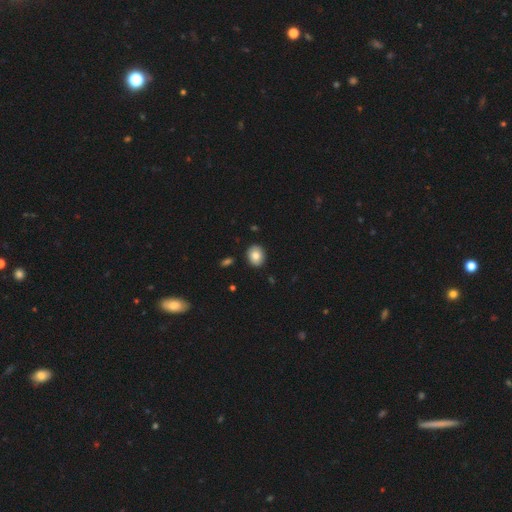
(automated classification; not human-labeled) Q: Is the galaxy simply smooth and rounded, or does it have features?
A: smooth — 82%.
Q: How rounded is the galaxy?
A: round — 57%.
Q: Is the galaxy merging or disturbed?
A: none — 90%.